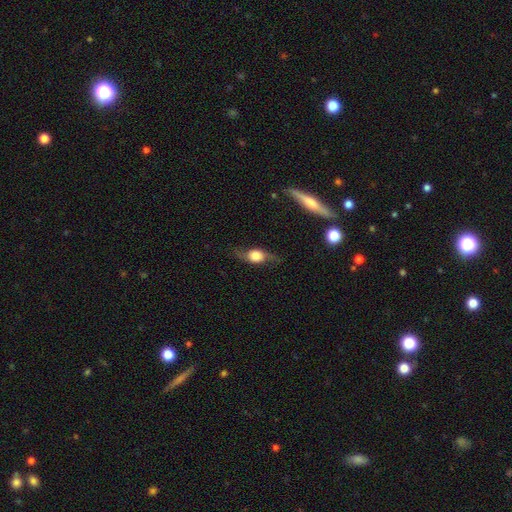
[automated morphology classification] type=featured or disk (49%); merging=none (67%).